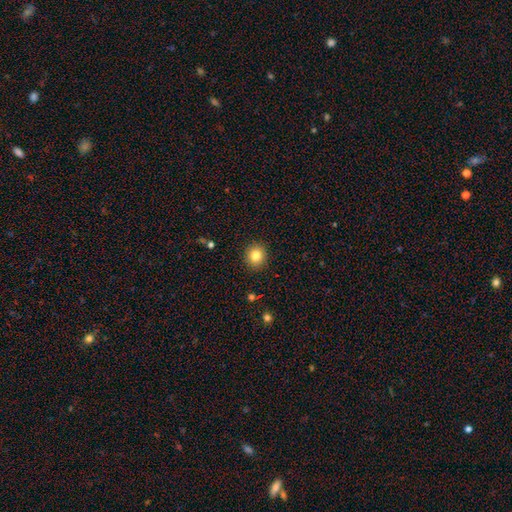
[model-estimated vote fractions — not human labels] This is clearly a smooth galaxy (82%). How rounded: clearly round (83%). Merging: clearly none (91%).